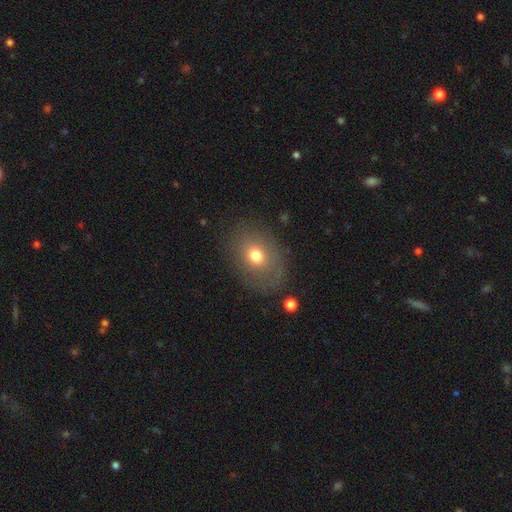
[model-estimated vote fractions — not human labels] This appears to be a smooth galaxy with no disk features (67%) that is in between round and cigar-shaped (62%). Merging: none (78%).